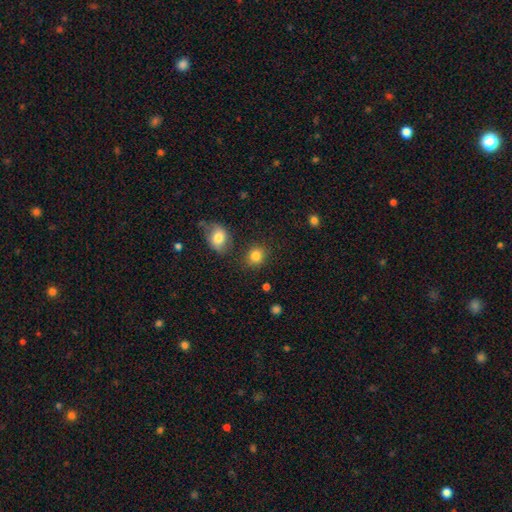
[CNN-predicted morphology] A smooth galaxy with no disk features (84%) that is round (76%).

Vote fractions:
- Smooth or featured? smooth: 84% / star or artifact: 10% / featured or disk: 5%
- How rounded? round: 76% / in between: 23% / cigar-shaped: 1%
- Merging? none: 81% / minor disturbance: 10% / merger: 6% / major disturbance: 3%